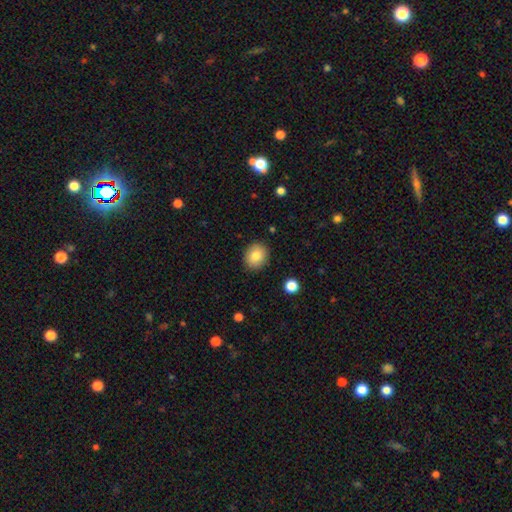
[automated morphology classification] type=smooth (83%); roundness=round (64%); merging=none (89%).